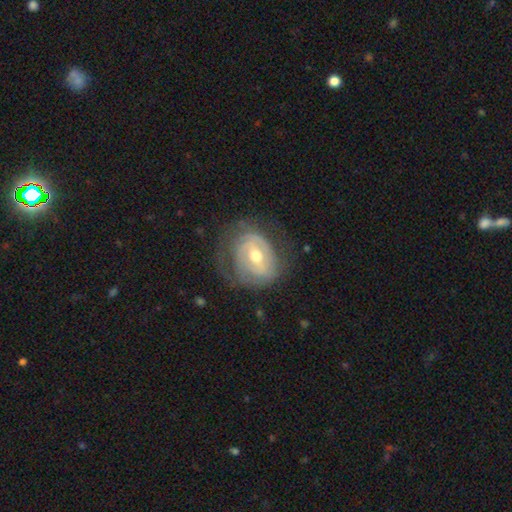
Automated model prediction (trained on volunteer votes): smooth_or_featured: featured or disk (p=0.71) [alt: smooth p=0.22]
disk_edge_on: no (p=0.95) [alt: yes p=0.05]
bar: weak (p=0.42) [alt: no p=0.31]
has_spiral_arms: yes (p=0.66) [alt: no p=0.34]
bulge_size: moderate (p=0.70) [alt: small p=0.24]
merging: none (p=0.60) [alt: minor disturbance p=0.23]